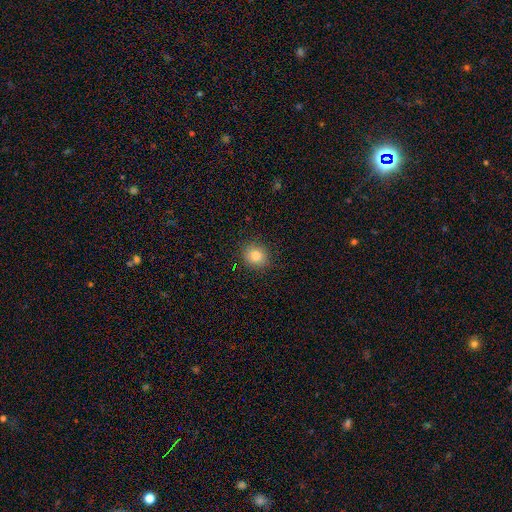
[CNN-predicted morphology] smooth-or-featured: smooth: 82% | star or artifact: 11% | featured or disk: 7%
  how-rounded: round: 80% | in between: 19% | cigar-shaped: 1%
  merging: none: 90% | minor disturbance: 7% | major disturbance: 2% | merger: 1%